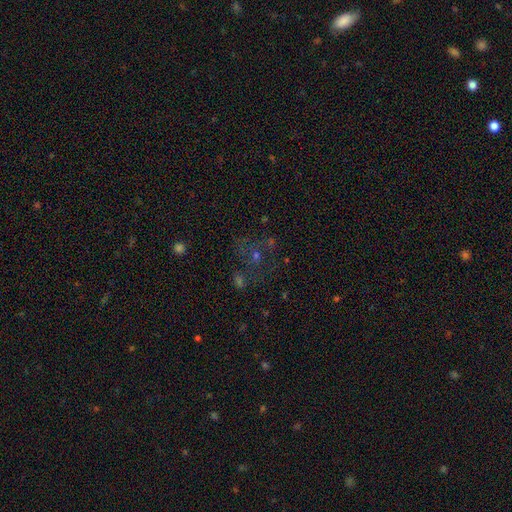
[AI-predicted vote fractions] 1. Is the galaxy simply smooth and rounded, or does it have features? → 46% star or artifact, 28% smooth, 26% featured or disk.